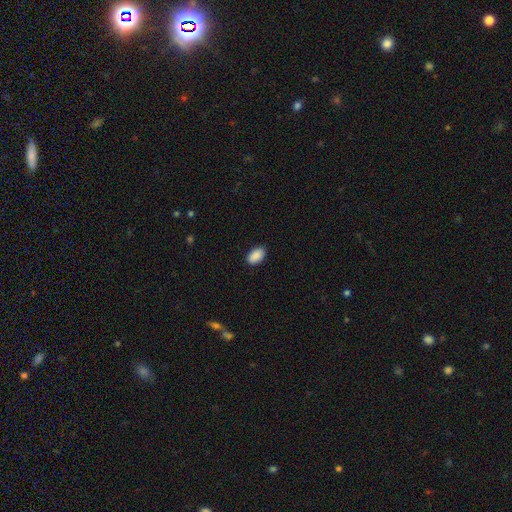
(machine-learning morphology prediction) Q: Smooth or featured?
A: smooth (90%); runner-up: star or artifact (7%)
Q: How rounded?
A: in between (93%); runner-up: round (6%)
Q: Merging?
A: none (88%); runner-up: minor disturbance (9%)